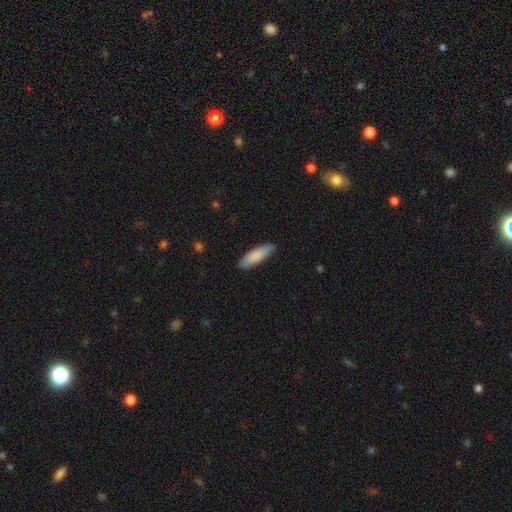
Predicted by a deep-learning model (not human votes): smooth_or_featured: smooth (p=0.86) [alt: featured or disk p=0.09]
how_rounded: cigar-shaped (p=0.53) [alt: in between p=0.46]
merging: none (p=0.84) [alt: minor disturbance p=0.12]